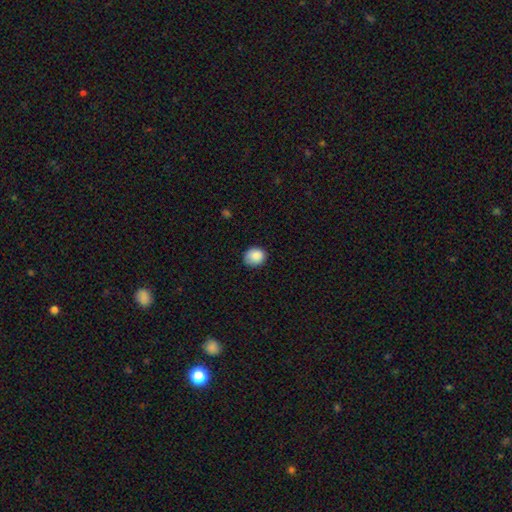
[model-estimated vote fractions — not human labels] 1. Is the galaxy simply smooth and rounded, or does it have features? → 87% smooth, 9% star or artifact, 4% featured or disk.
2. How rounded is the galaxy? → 69% round, 30% in between, 1% cigar-shaped.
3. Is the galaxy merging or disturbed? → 77% none, 19% minor disturbance, 3% major disturbance, 1% merger.